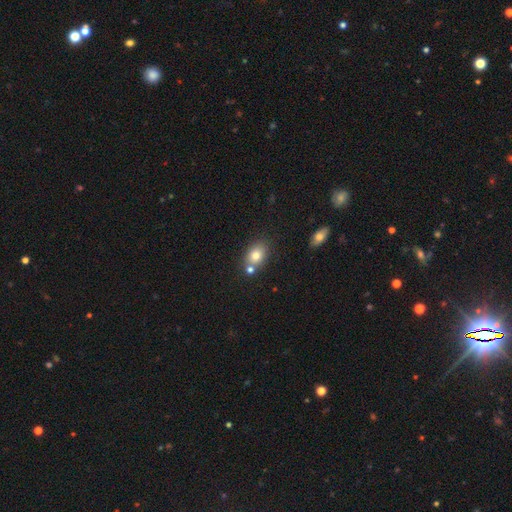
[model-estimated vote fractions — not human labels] A smooth galaxy with no disk features (77%) that is in between round and cigar-shaped (69%). Merging: none (62%).